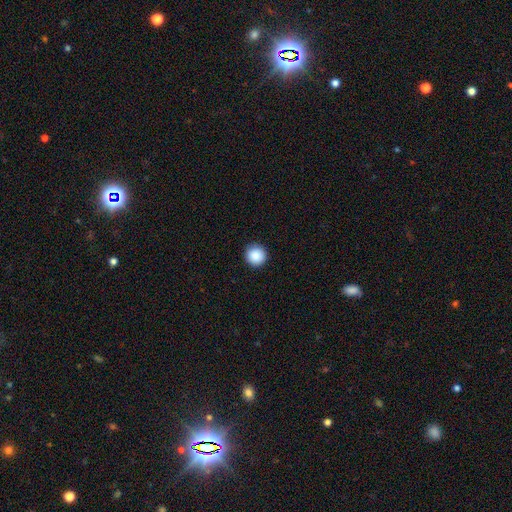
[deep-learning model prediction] smooth_or_featured: smooth (p=0.89) [alt: star or artifact p=0.09]
how_rounded: round (p=0.96) [alt: in between p=0.03]
merging: none (p=0.92) [alt: minor disturbance p=0.05]